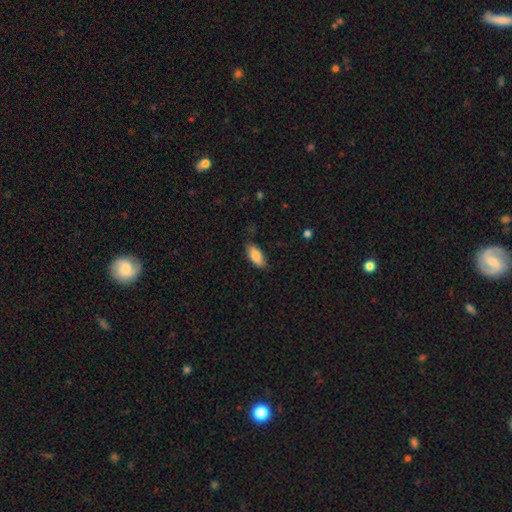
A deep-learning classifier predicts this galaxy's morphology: Q: Smooth or featured?
A: smooth (85%); runner-up: featured or disk (9%)
Q: How rounded?
A: in between (85%); runner-up: cigar-shaped (13%)
Q: Merging?
A: none (79%); runner-up: minor disturbance (17%)